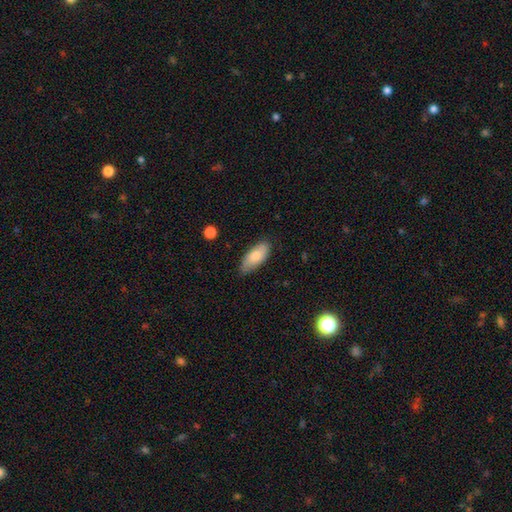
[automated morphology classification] A smooth galaxy with no disk features (81%) that is in between round and cigar-shaped (86%).

Vote fractions:
- Smooth or featured? smooth: 81% / featured or disk: 13% / star or artifact: 6%
- How rounded? in between: 86% / cigar-shaped: 12% / round: 2%
- Merging? none: 77% / minor disturbance: 19% / major disturbance: 3% / merger: 1%